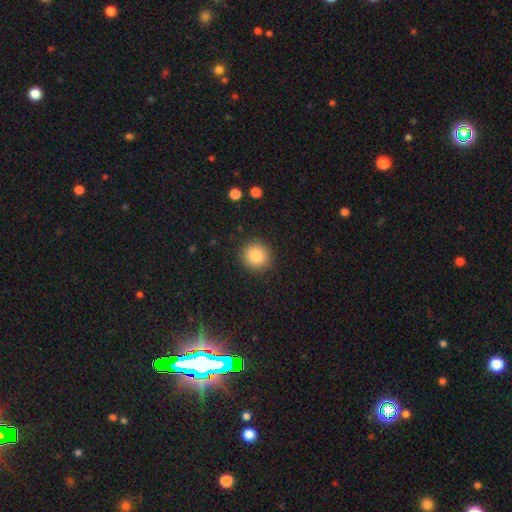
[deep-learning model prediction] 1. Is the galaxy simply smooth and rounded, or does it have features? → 86% smooth, 9% star or artifact, 5% featured or disk.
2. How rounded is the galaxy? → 90% round, 9% in between, 1% cigar-shaped.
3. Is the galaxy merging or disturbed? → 90% none, 7% minor disturbance, 2% major disturbance, 1% merger.